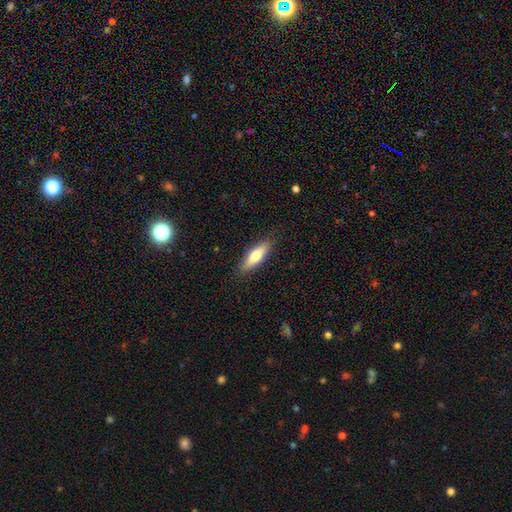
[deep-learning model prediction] This is likely a smooth galaxy (61%). How rounded: possibly cigar-shaped (55%). Merging: clearly none (87%).